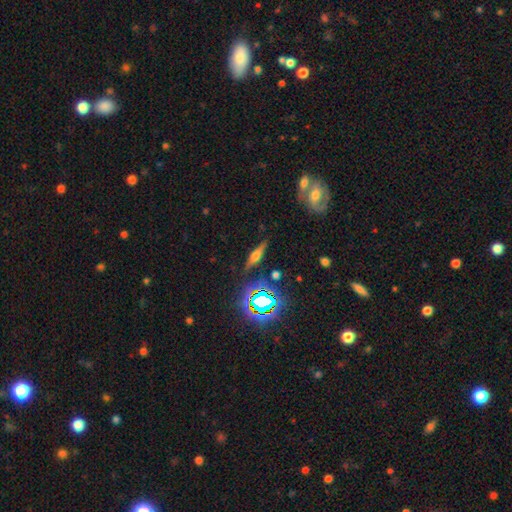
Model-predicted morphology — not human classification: This appears to be a featured or disk galaxy (45%). Merging: none (81%).